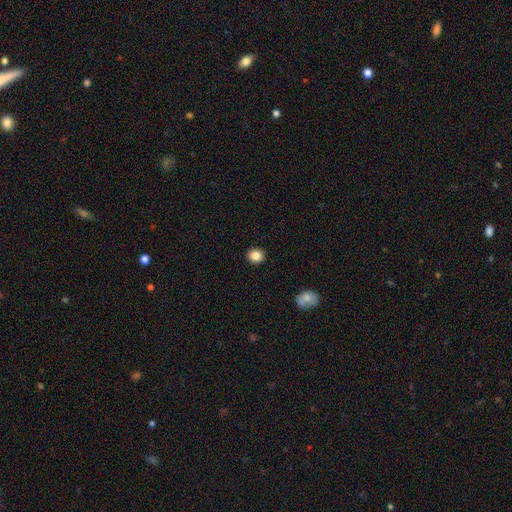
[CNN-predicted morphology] type=smooth (86%); roundness=round (78%); merging=none (92%).